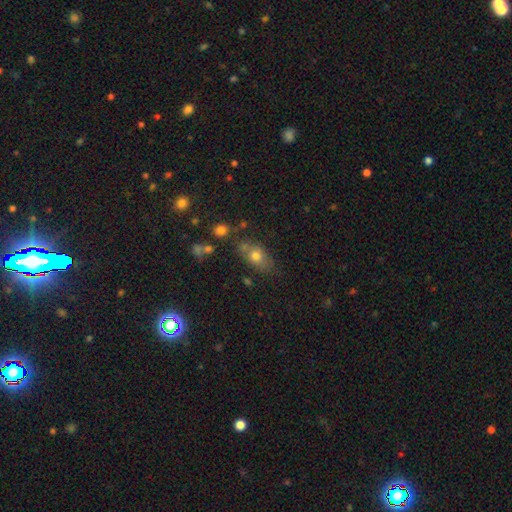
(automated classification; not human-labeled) smooth-or-featured: smooth: 59% | star or artifact: 22% | featured or disk: 18%
  how-rounded: in between: 71% | round: 22% | cigar-shaped: 7%
  merging: none: 69% | minor disturbance: 16% | merger: 9% | major disturbance: 5%